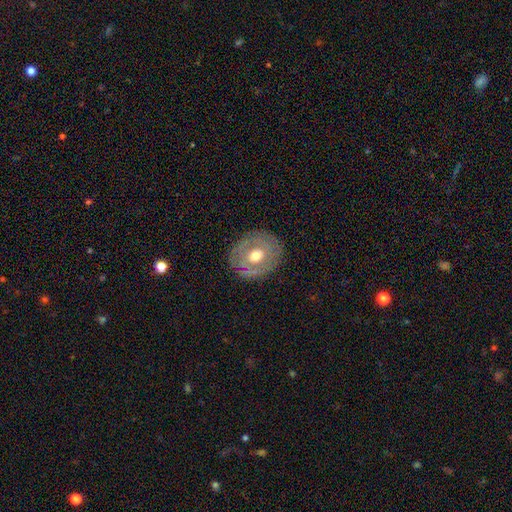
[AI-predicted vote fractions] Morphology: type=featured or disk (52%); edge-on=no (94%); merging=none (81%).